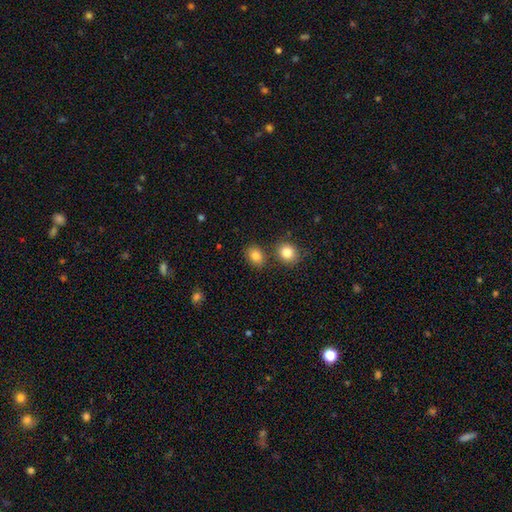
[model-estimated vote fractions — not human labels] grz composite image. It shows a smooth galaxy with no disk features (83%) that is in between round and cigar-shaped (60%). Merging: none (74%).